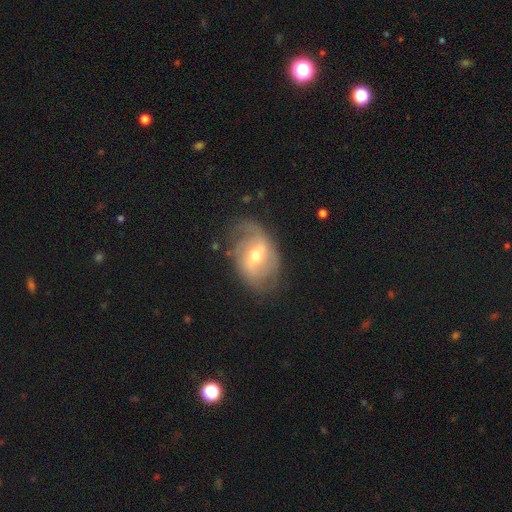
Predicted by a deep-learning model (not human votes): smooth-or-featured: featured or disk: 78% | smooth: 15% | star or artifact: 6%
  disk-edge-on: no: 96% | yes: 4%
    bar: weak: 52% | strong: 31% | no: 17%
    has-spiral-arms: yes: 88% | no: 12%
      spiral-winding: medium: 41% | loose: 36% | tight: 24%
      spiral-arm-count: 2: 61% | can't tell: 20% | 3: 8% | 1: 7% | 4: 2% | more than 4: 2%
    bulge-size: moderate: 61% | small: 33% | large: 4% | none: 1% | dominant: 1%
  merging: none: 65% | minor disturbance: 22% | major disturbance: 12% | merger: 2%